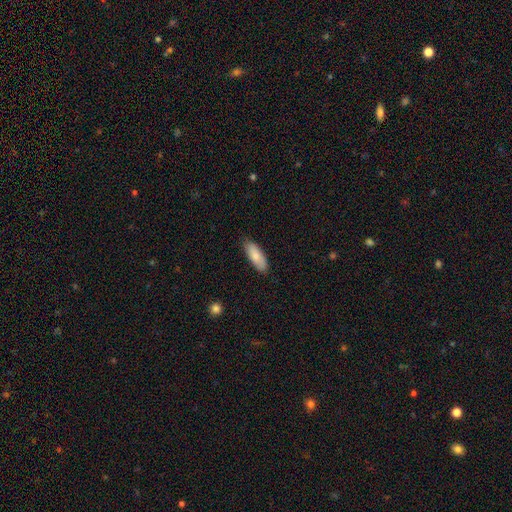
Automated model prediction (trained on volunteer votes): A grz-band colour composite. It shows a smooth galaxy with no disk features (83%) that is in between round and cigar-shaped (70%). Merging: none (83%).